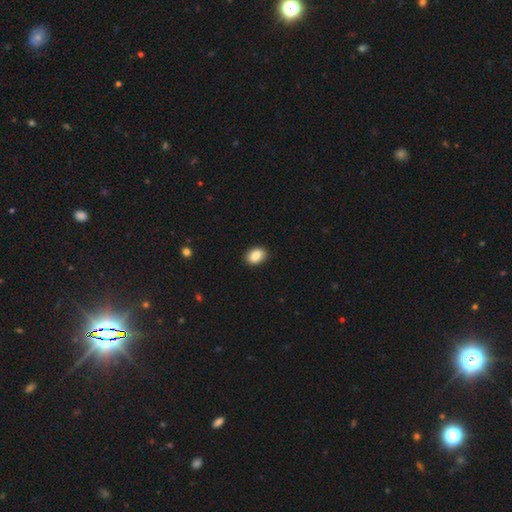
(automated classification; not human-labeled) Smooth or featured?
  - smooth: 89% *
  - star or artifact: 7%
  - featured or disk: 4%
How rounded?
  - in between: 81% *
  - round: 18%
  - cigar-shaped: 1%
Merging?
  - none: 89% *
  - minor disturbance: 8%
  - major disturbance: 2%
  - merger: 1%